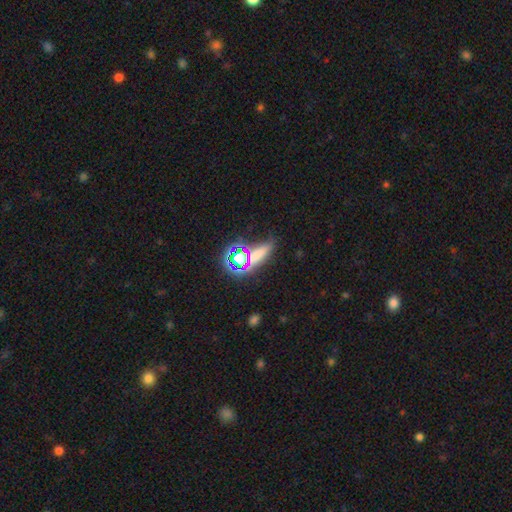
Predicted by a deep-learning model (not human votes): This is possibly a smooth galaxy (46%). Merging: likely none (67%).